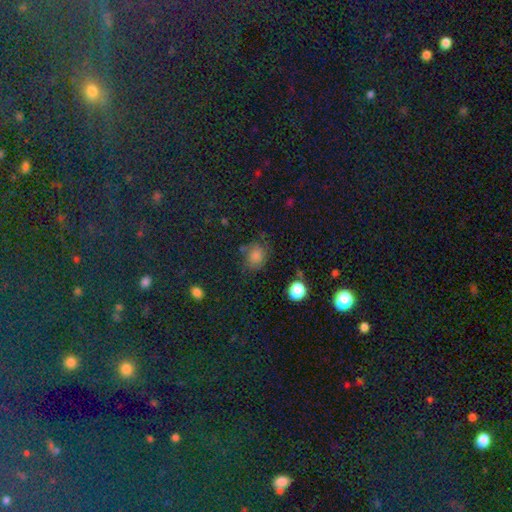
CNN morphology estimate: smooth_or_featured: smooth (p=0.68) [alt: star or artifact p=0.22]
how_rounded: round (p=0.66) [alt: in between p=0.33]
merging: none (p=0.69) [alt: minor disturbance p=0.20]